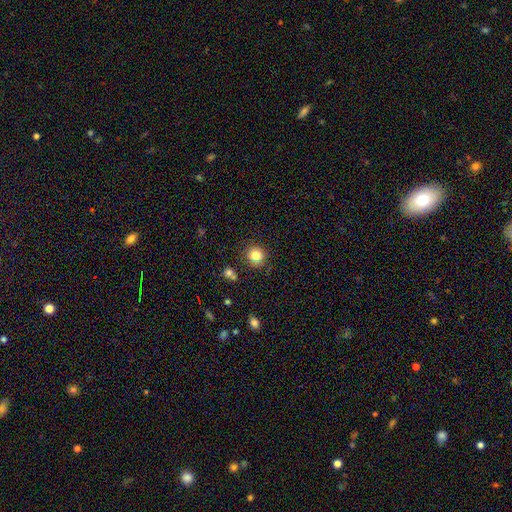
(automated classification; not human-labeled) Morphology: type=smooth (81%); roundness=round (88%); merging=none (84%).